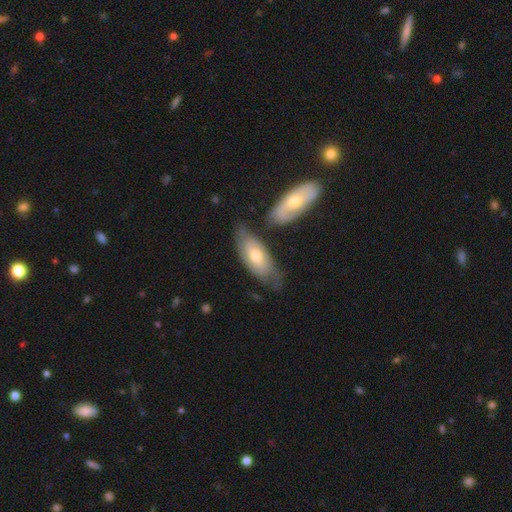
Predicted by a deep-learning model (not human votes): A smooth galaxy with no disk features (49%). Merging: none (58%).